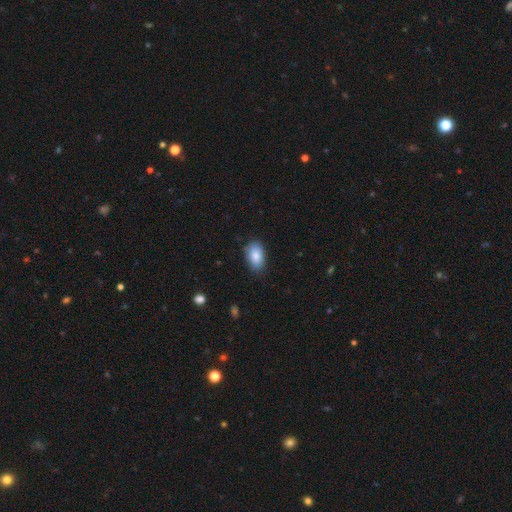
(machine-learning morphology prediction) smooth_or_featured: smooth (p=0.85) [alt: featured or disk p=0.08]
how_rounded: in between (p=0.91) [alt: round p=0.07]
merging: none (p=0.81) [alt: minor disturbance p=0.15]